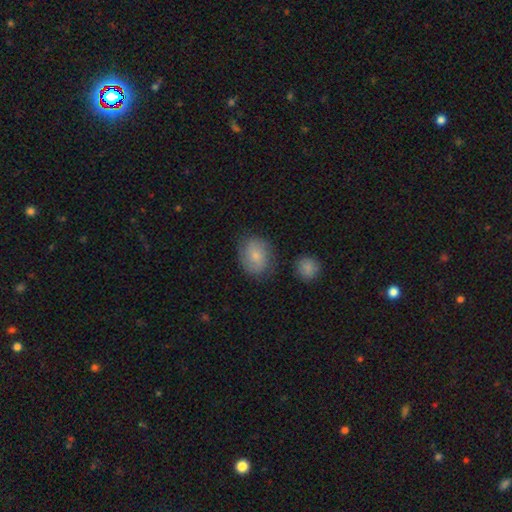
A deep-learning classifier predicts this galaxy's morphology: This appears to be a smooth galaxy with no disk features (67%) that is in between round and cigar-shaped (52%). Merging: none (73%).